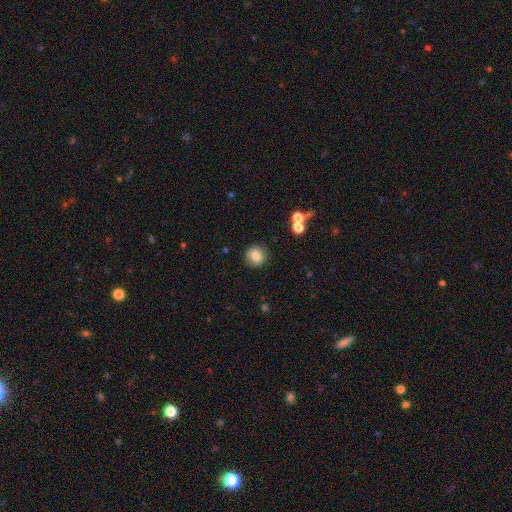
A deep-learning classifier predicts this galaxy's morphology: A smooth galaxy with no disk features (80%) that is round (91%).

Vote fractions:
- Smooth or featured? smooth: 80% / star or artifact: 11% / featured or disk: 10%
- How rounded? round: 91% / in between: 8% / cigar-shaped: 1%
- Merging? none: 88% / minor disturbance: 7% / merger: 3% / major disturbance: 2%